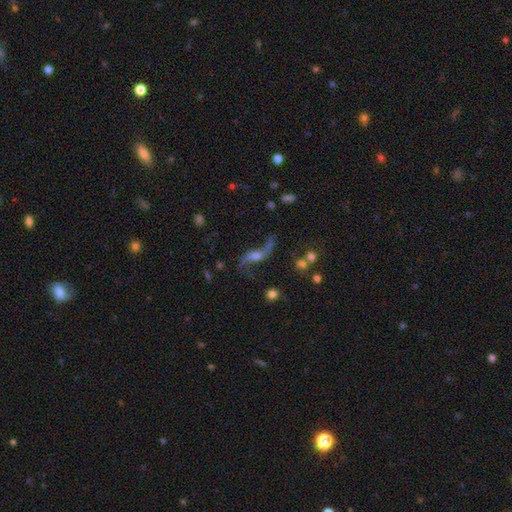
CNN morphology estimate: Smooth or featured? featured or disk (81%)
Edge-on disk? no (87%)
Bar? no (47%)
Spiral arms? yes (93%)
Spiral winding? loose (93%)
Spiral arm count? 2 (92%)
Bulge size? moderate (37%)
Merging? none (65%)